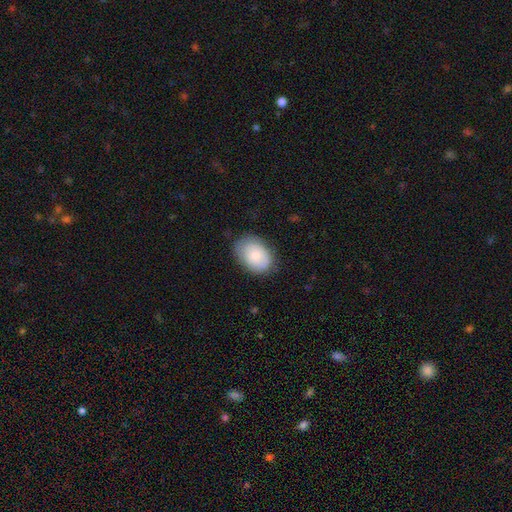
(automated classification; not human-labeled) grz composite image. It shows a smooth galaxy with no disk features (78%) that is in between round and cigar-shaped (79%). Merging: none (74%).